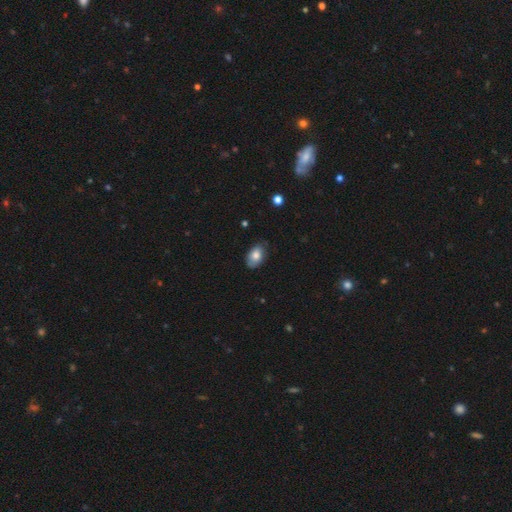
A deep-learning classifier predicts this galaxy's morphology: Smooth or featured: smooth — 77% (featured or disk — 15%)
How rounded: in between — 89% (round — 10%)
Merging: none — 72% (minor disturbance — 23%)